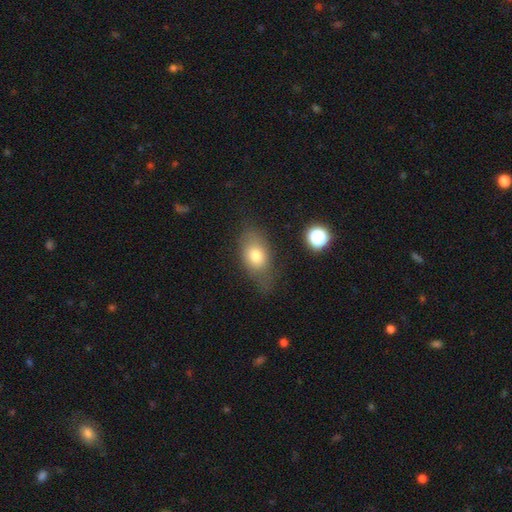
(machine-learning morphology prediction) Smooth or featured? Predicted: smooth (p=0.74). How rounded? Predicted: in between (p=0.79). Merging? Predicted: none (p=0.59).